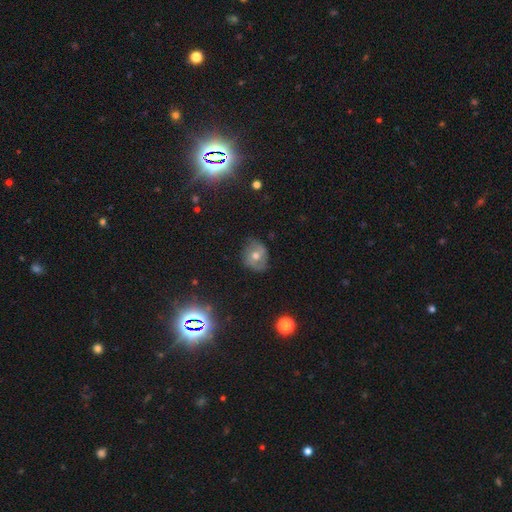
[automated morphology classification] type=featured or disk (48%); merging=none (74%).